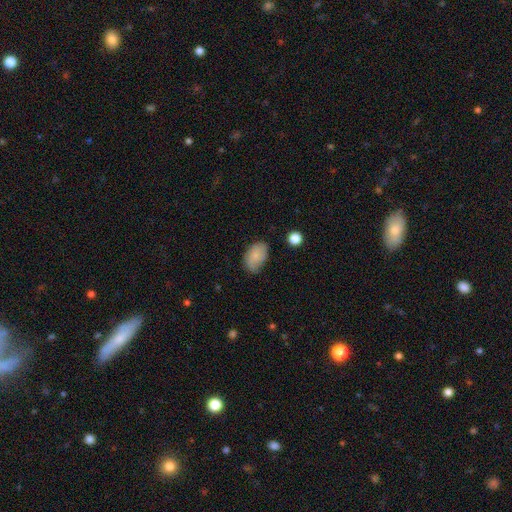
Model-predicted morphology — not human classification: This is likely a smooth galaxy (79%). How rounded: clearly in between (89%). Merging: likely none (62%).